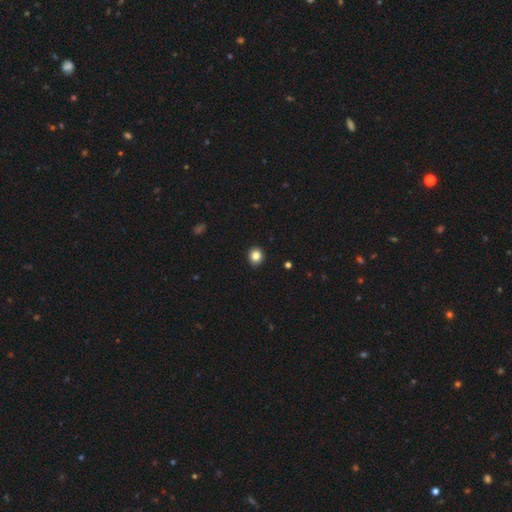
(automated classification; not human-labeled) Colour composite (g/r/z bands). It shows a smooth galaxy with no disk features (84%) that is round (74%). Merging: none (92%).